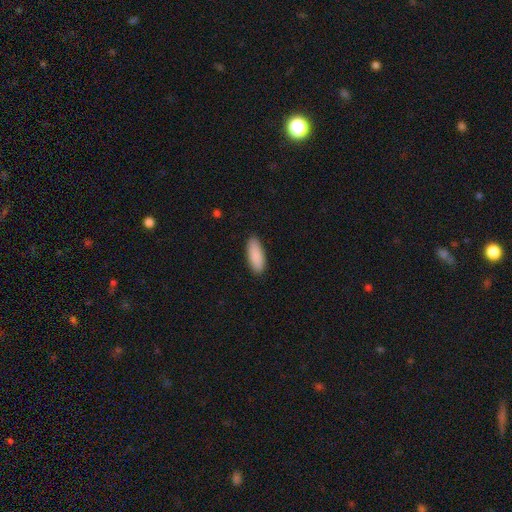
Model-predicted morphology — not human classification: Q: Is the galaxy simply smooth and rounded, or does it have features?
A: smooth — 90%.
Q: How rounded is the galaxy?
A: in between — 74%.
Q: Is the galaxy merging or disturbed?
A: none — 89%.